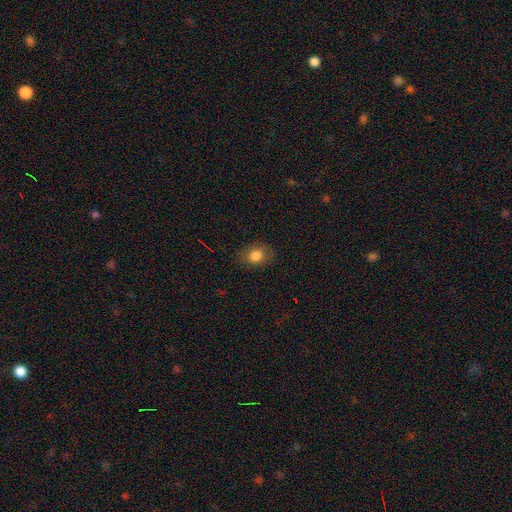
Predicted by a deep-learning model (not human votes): smooth 81%, star or artifact 10%, featured or disk 9%. Down the decision tree: how rounded — in between (55%); merging — none (82%).